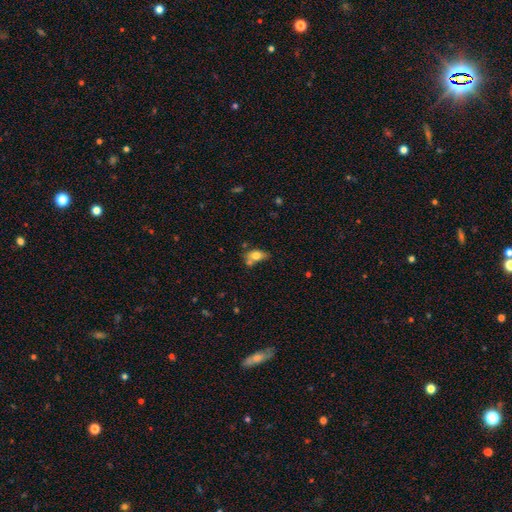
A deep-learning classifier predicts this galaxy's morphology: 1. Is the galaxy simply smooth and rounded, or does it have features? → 72% smooth, 18% featured or disk, 9% star or artifact.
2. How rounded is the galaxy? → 81% in between, 14% round, 5% cigar-shaped.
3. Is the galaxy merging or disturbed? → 39% none, 27% merger, 23% minor disturbance, 10% major disturbance.